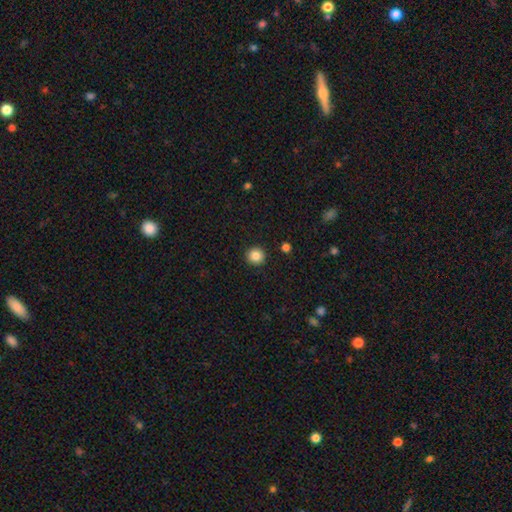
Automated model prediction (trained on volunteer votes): smooth_or_featured: smooth (p=0.86) [alt: star or artifact p=0.10]
how_rounded: round (p=0.94) [alt: in between p=0.06]
merging: none (p=0.93) [alt: minor disturbance p=0.05]